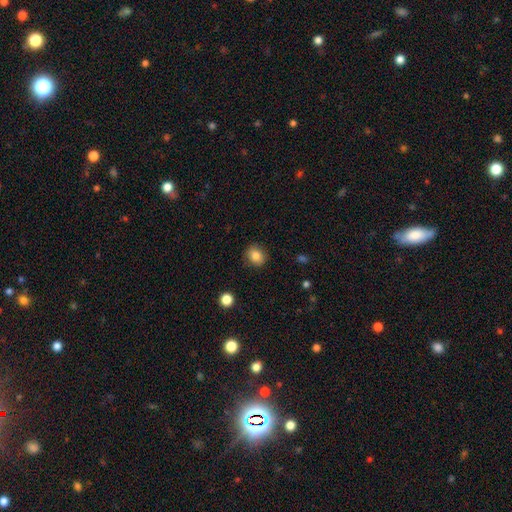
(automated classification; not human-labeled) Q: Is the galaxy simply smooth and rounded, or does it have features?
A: smooth — 84%.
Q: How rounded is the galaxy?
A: round — 67%.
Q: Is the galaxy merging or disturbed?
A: none — 88%.